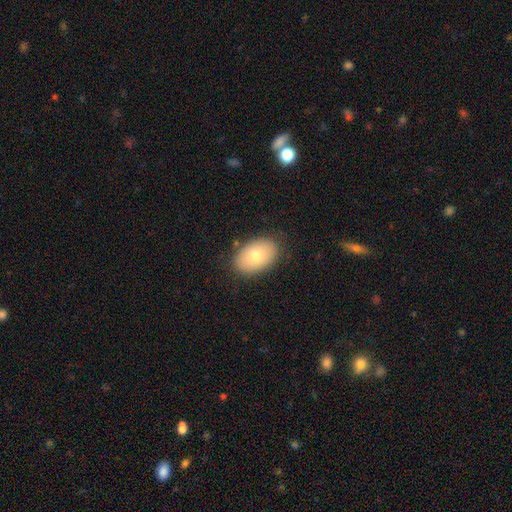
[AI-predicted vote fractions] Smooth or featured?
  - smooth: 75% *
  - featured or disk: 17%
  - star or artifact: 7%
How rounded?
  - in between: 88% *
  - round: 11%
  - cigar-shaped: 1%
Merging?
  - none: 85% *
  - minor disturbance: 11%
  - major disturbance: 3%
  - merger: 2%